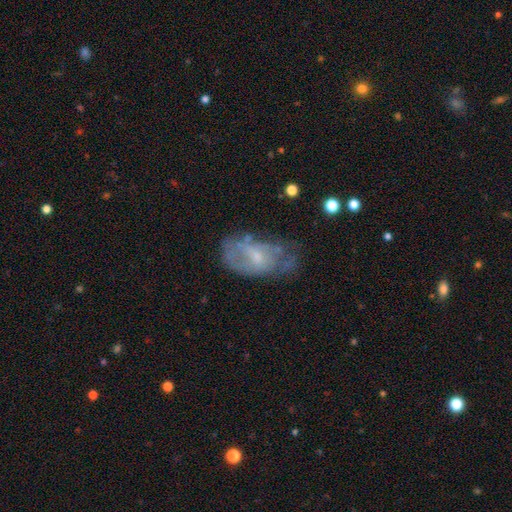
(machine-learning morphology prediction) Overall: featured or disk (55%; smooth 37%). Edge-on disk: no (94%). Bar: no (59%; weak 35%). Spiral arms: no (55%; yes 45%). Bulge size: small (55%; moderate 29%). Merging: none (42%; minor disturbance 30%).